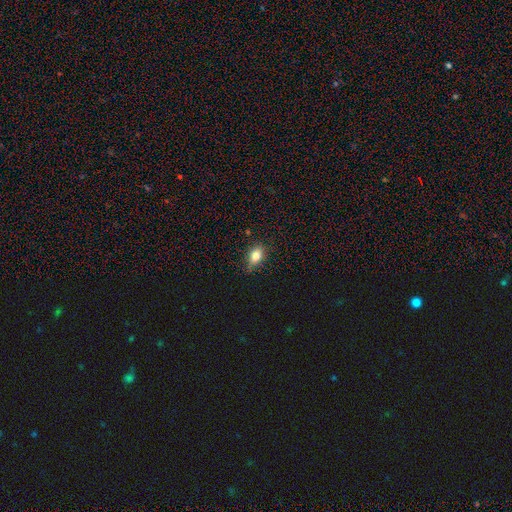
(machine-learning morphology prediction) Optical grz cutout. It shows a smooth galaxy with no disk features (77%) that is in between round and cigar-shaped (77%). Merging: none (72%).